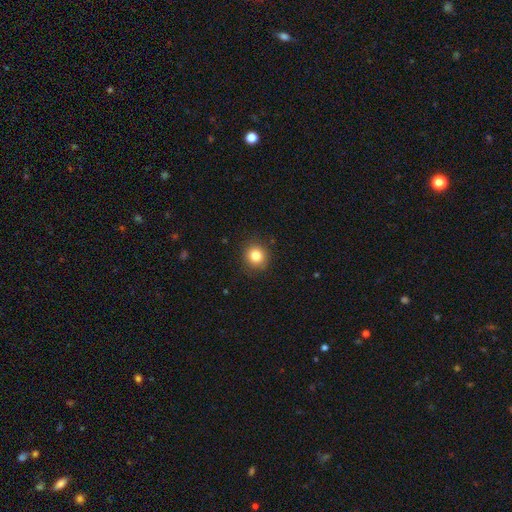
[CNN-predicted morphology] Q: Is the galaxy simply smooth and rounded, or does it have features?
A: smooth — 83%.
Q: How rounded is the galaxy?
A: round — 89%.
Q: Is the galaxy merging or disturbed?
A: none — 89%.